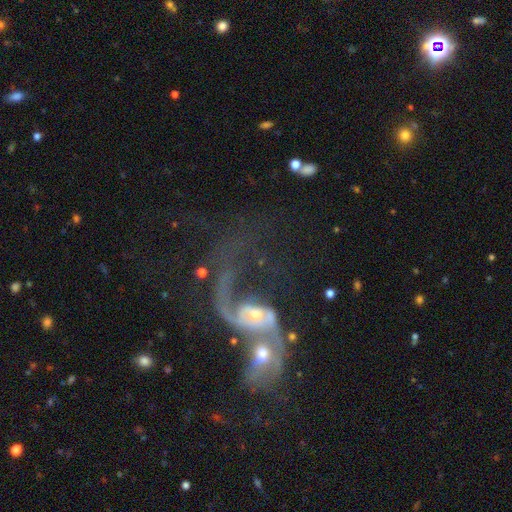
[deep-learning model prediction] featured or disk 77%, smooth 14%, star or artifact 9%. Down the decision tree: edge-on disk — no (96%); bar — no (62%); spiral arms — yes (80%); spiral arm count — 1 (45%); spiral winding — loose (68%); bulge size — moderate (49%); merging — merger (74%).